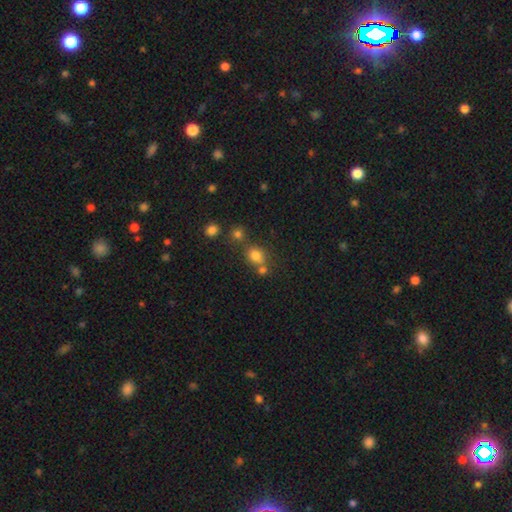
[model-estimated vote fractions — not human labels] Smooth or featured? Predicted: smooth (p=0.76). How rounded? Predicted: round (p=0.72). Merging? Predicted: none (p=0.56).